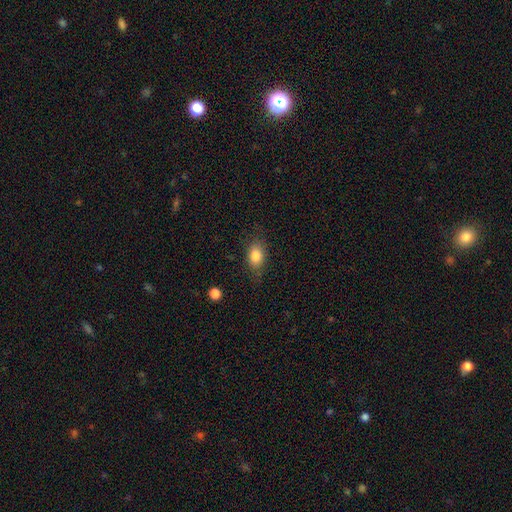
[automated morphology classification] smooth_or_featured: smooth (p=0.82) [alt: featured or disk p=0.09]
how_rounded: in between (p=0.80) [alt: round p=0.17]
merging: none (p=0.76) [alt: minor disturbance p=0.17]